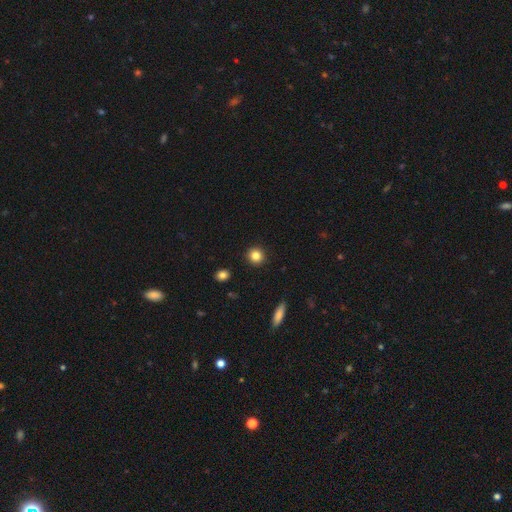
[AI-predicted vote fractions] The model was most divided on "smooth or featured": smooth: 84%, star or artifact: 11%, featured or disk: 6%. More confident: merging — none (92%); how rounded — round (92%).